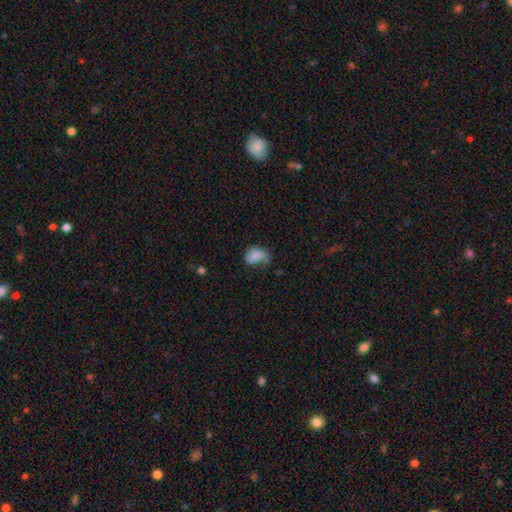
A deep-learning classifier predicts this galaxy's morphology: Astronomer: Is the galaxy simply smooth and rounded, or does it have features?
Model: smooth — 69%.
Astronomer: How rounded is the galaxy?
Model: in between — 78%.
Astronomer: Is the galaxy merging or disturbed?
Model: major disturbance — 38% (runner-up: minor disturbance, 31%).